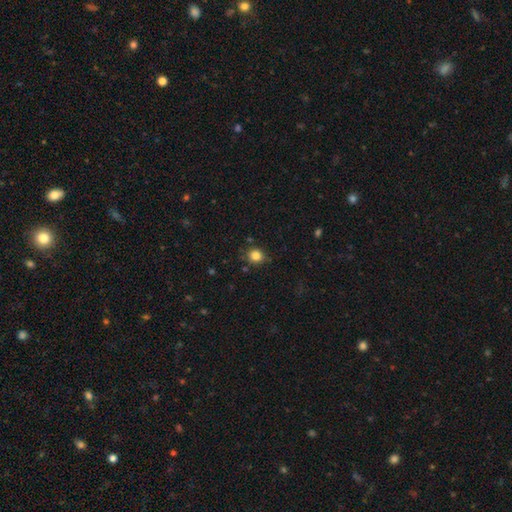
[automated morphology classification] Q: Smooth or featured?
A: smooth (82%); runner-up: star or artifact (12%)
Q: How rounded?
A: round (83%); runner-up: in between (16%)
Q: Merging?
A: none (81%); runner-up: minor disturbance (13%)